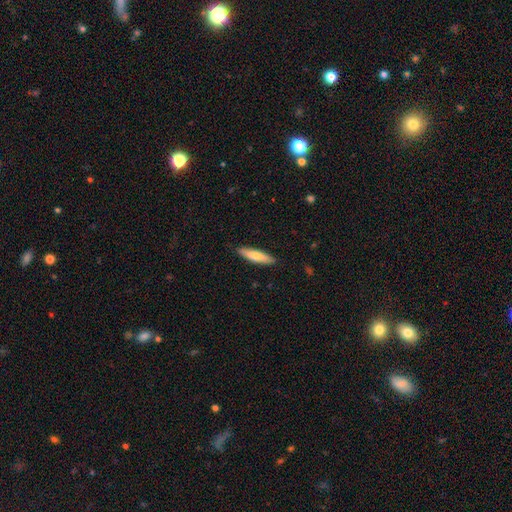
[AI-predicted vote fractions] Smooth or featured? Predicted: smooth (p=0.68). How rounded? Predicted: cigar-shaped (p=0.77). Merging? Predicted: none (p=0.89).